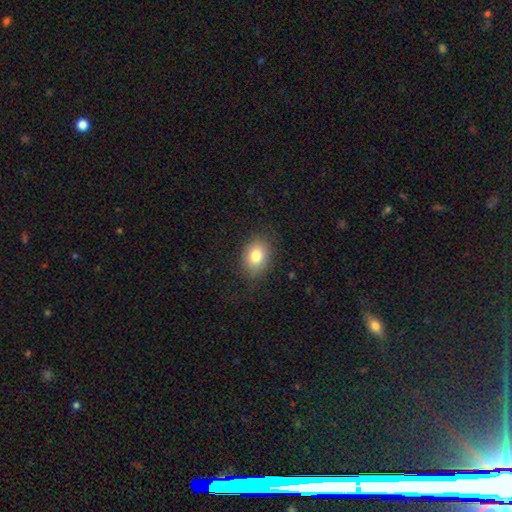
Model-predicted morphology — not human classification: Overall: smooth (80%). How rounded: in between (67%; round 32%). Merging: none (82%).